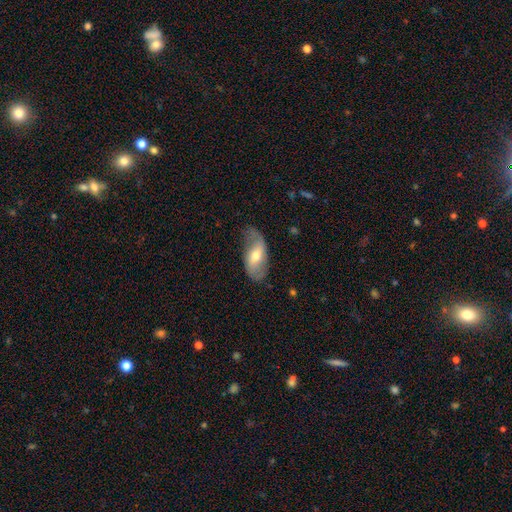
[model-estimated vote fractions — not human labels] This appears to be a featured or disk galaxy (53%). Merging: none (64%).